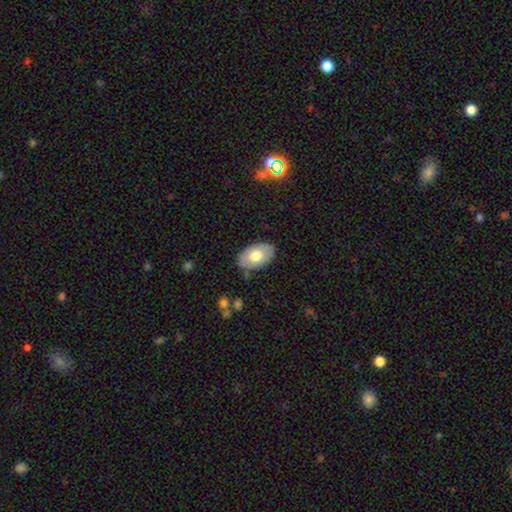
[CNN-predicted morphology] smooth-or-featured: smooth: 66% | featured or disk: 28% | star or artifact: 6%
  how-rounded: in between: 92% | round: 7% | cigar-shaped: 1%
  merging: none: 81% | minor disturbance: 14% | major disturbance: 3% | merger: 2%